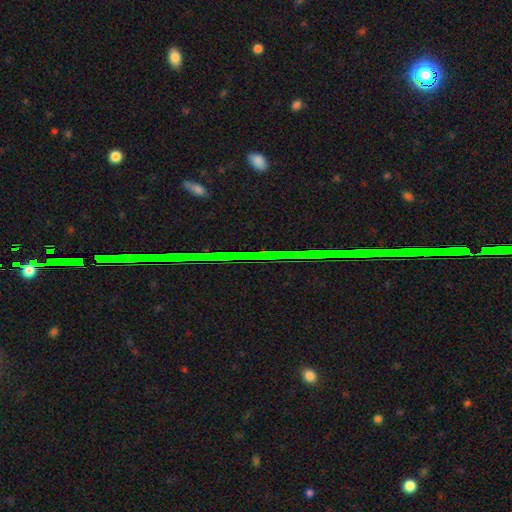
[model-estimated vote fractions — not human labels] The model was most divided on "smooth or featured": star or artifact: 85%, featured or disk: 8%, smooth: 7%.